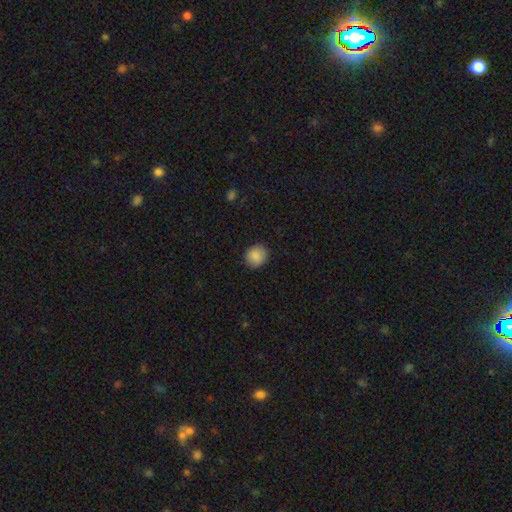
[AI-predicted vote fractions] A smooth galaxy with no disk features (87%) that is round (79%).

Vote fractions:
- Smooth or featured? smooth: 87% / star or artifact: 8% / featured or disk: 5%
- How rounded? round: 79% / in between: 20% / cigar-shaped: 1%
- Merging? none: 87% / minor disturbance: 10% / major disturbance: 2% / merger: 1%